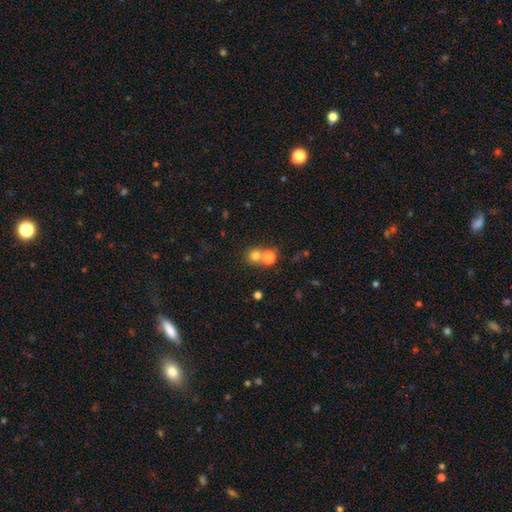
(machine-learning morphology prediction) Overall: smooth (75%). How rounded: round (88%). Merging: none (56%; merger 35%).